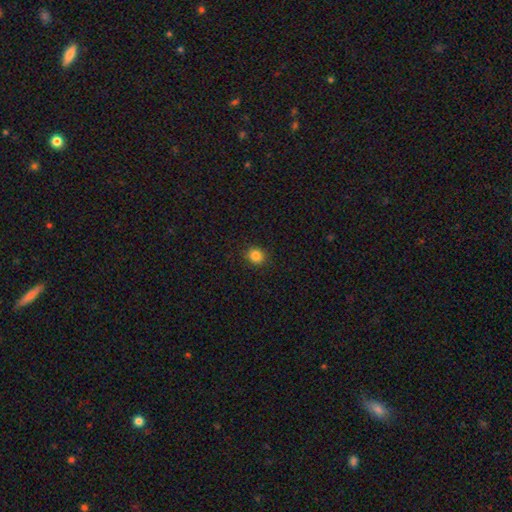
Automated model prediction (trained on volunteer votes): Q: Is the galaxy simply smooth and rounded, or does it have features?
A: smooth — 85%.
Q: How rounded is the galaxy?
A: round — 79%.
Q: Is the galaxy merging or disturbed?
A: none — 91%.